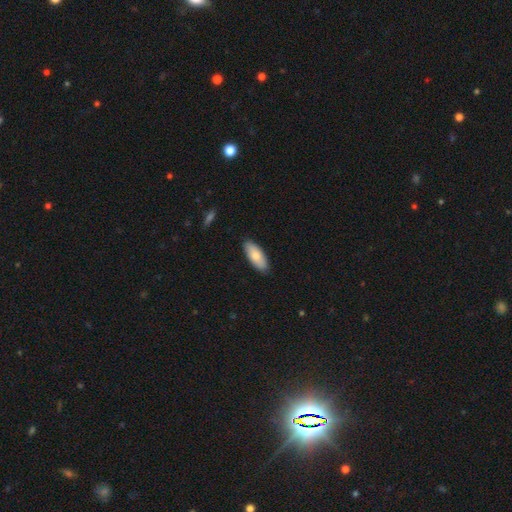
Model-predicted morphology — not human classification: The model was most divided on "how rounded": in between: 80%, cigar-shaped: 18%, round: 2%. More confident: merging — none (88%); smooth or featured — smooth (81%).